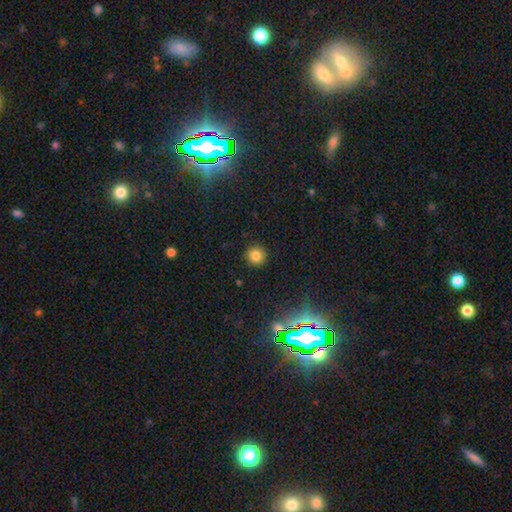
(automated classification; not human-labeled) A smooth galaxy with no disk features (82%) that is round (93%). Merging: none (91%).